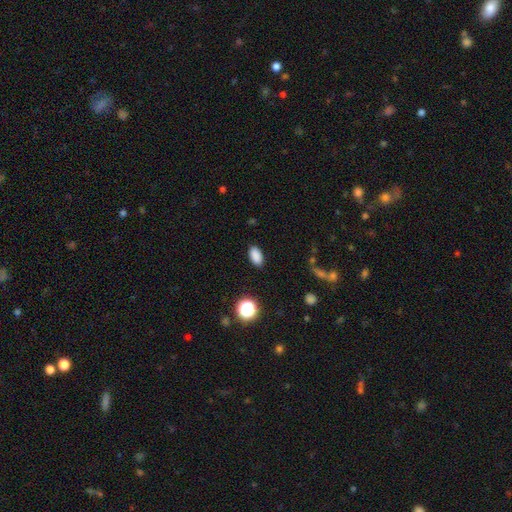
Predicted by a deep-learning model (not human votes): smooth-or-featured: smooth: 86% | star or artifact: 11% | featured or disk: 4%
  how-rounded: in between: 91% | round: 6% | cigar-shaped: 3%
  merging: none: 88% | minor disturbance: 8% | major disturbance: 2% | merger: 1%